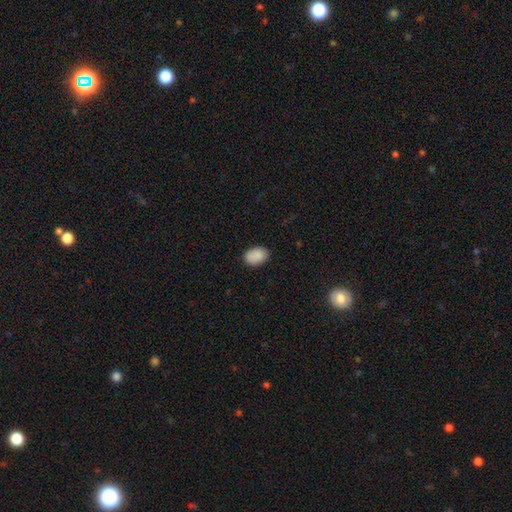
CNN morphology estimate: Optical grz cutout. It shows a smooth galaxy with no disk features (89%) that is in between round and cigar-shaped (85%). Merging: none (85%).